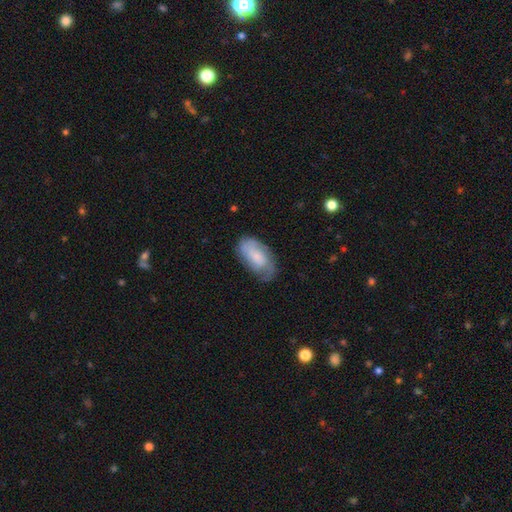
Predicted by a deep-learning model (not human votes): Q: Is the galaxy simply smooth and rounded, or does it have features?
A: featured or disk — 48%.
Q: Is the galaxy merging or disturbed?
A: none — 64%.